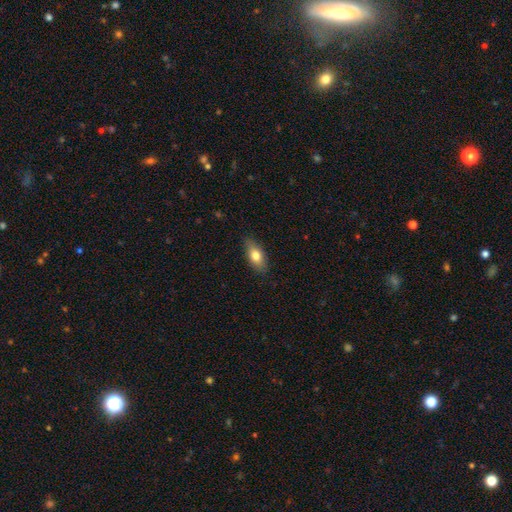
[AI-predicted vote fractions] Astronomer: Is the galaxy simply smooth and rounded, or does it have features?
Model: smooth — 74%.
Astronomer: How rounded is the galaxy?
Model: in between — 83%.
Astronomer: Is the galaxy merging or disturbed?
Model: none — 84%.